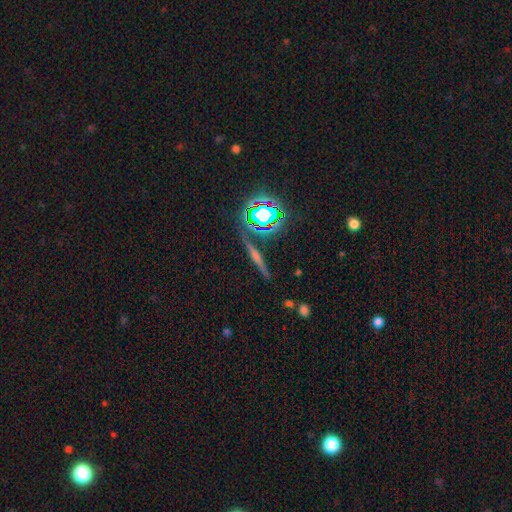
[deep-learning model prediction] Overall: featured or disk (50%; star or artifact 25%). Edge-on disk: yes (94%). Merging: none (87%).